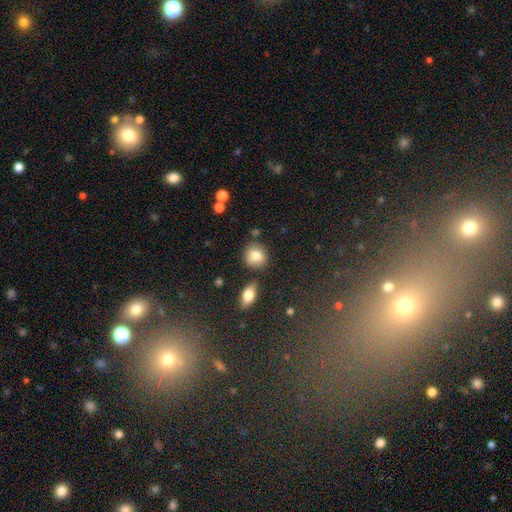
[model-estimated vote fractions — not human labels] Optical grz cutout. It shows a smooth galaxy with no disk features (81%) that is round (78%). Merging: none (78%).